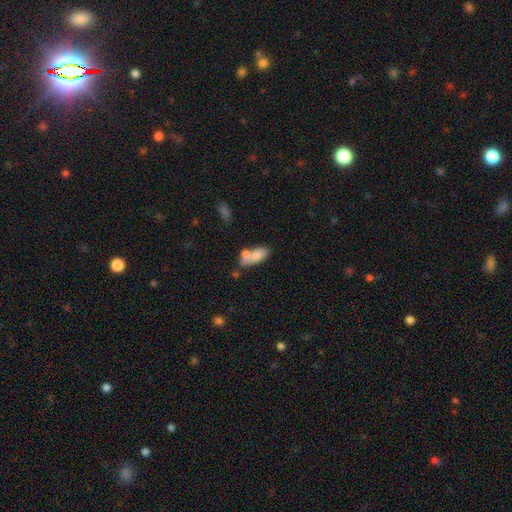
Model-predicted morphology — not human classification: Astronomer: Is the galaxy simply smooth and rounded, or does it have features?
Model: smooth — 76%.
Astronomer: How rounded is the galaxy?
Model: in between — 82%.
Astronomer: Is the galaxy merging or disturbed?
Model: none — 40% (runner-up: merger, 38%).